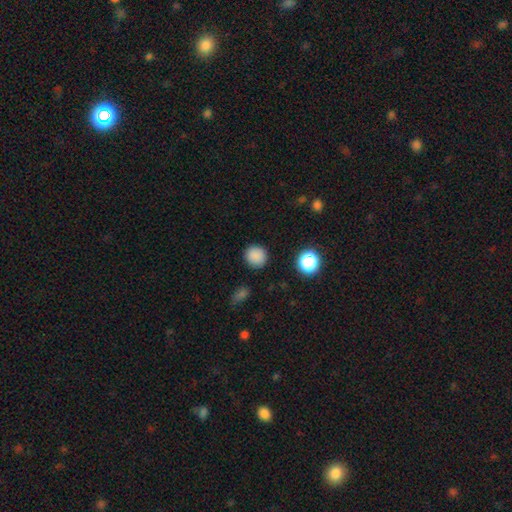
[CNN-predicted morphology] The model was most divided on "smooth or featured": smooth: 85%, star or artifact: 11%, featured or disk: 3%. More confident: how rounded — round (90%); merging — none (89%).